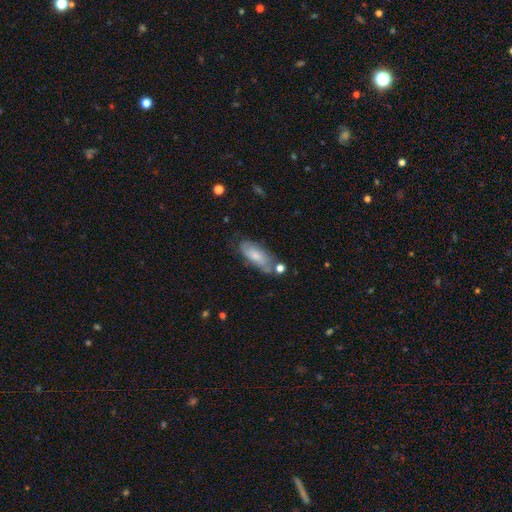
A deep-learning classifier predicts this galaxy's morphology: A smooth galaxy with no disk features (65%) that is in between round and cigar-shaped (75%). Merging: none (55%).